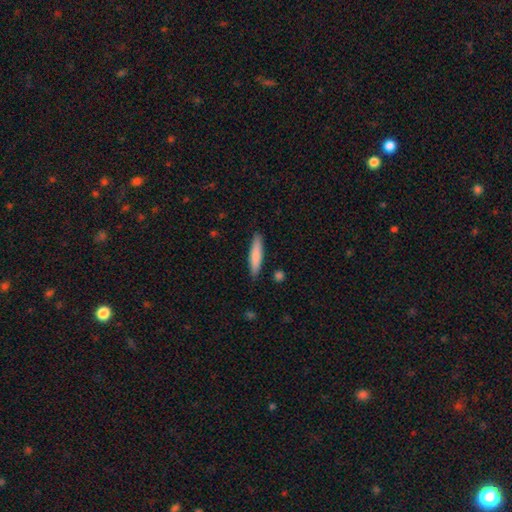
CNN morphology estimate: smooth_or_featured: smooth (p=0.79) [alt: featured or disk p=0.16]
how_rounded: cigar-shaped (p=0.86) [alt: in between p=0.13]
merging: none (p=0.88) [alt: minor disturbance p=0.09]